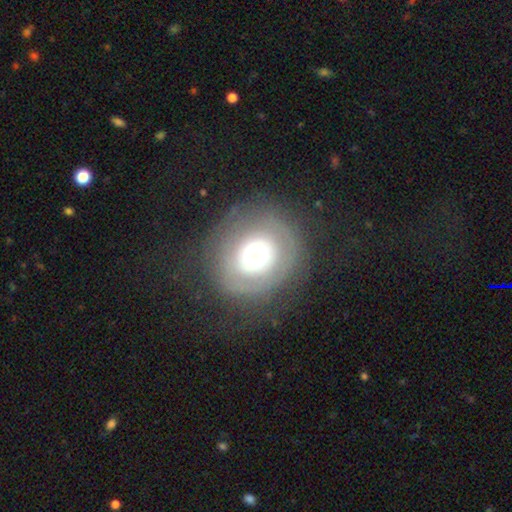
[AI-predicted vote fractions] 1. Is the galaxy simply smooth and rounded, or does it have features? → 51% featured or disk, 41% smooth, 8% star or artifact.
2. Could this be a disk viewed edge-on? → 95% no, 5% yes.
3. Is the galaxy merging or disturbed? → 71% none, 15% minor disturbance, 12% major disturbance, 2% merger.